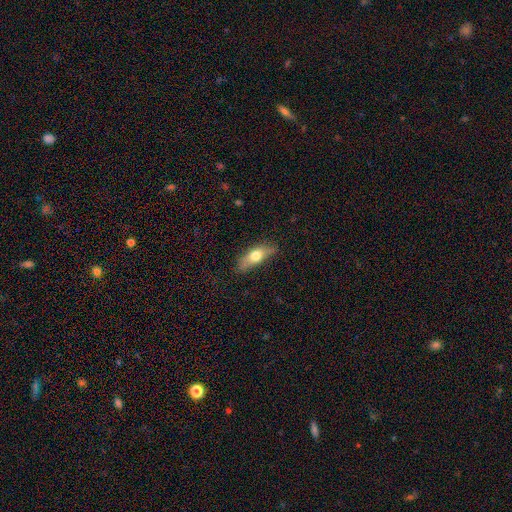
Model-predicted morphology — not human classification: smooth_or_featured: smooth (p=0.60) [alt: featured or disk p=0.33]
how_rounded: in between (p=0.57) [alt: cigar-shaped p=0.39]
merging: none (p=0.75) [alt: minor disturbance p=0.19]